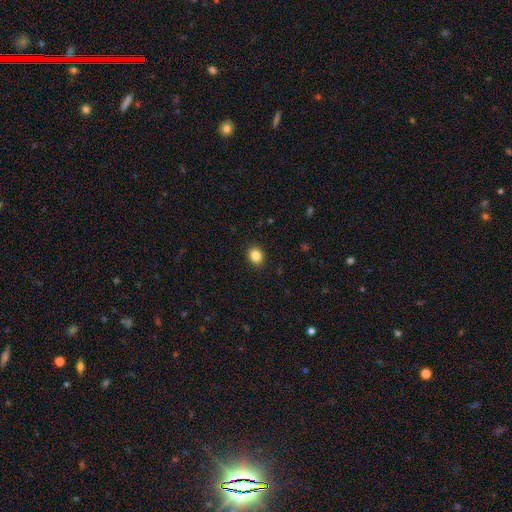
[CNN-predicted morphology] A smooth galaxy with no disk features (84%) that is round (64%). Merging: none (91%).